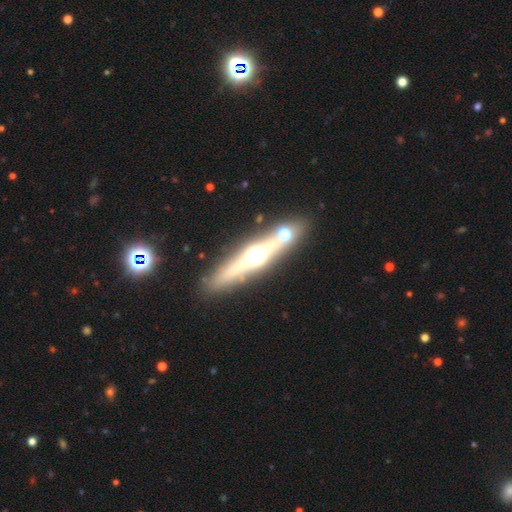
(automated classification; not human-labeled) Smooth or featured: featured or disk — 71% (smooth — 19%)
Edge-on disk: yes — 94% (no — 6%)
Edge-on bulge: rounded — 94% (boxy — 4%)
Merging: none — 81% (minor disturbance — 8%)